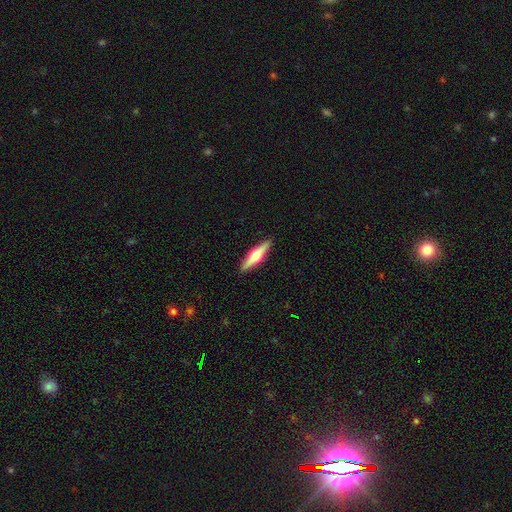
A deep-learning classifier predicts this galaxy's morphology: A featured or disk galaxy (58%) viewed edge-on (96%) with a rounded central bulge (93%).

Vote fractions:
- Smooth or featured? featured or disk: 58% / smooth: 37% / star or artifact: 5%
- Edge-on disk? yes: 96% / no: 4%
- Edge-on bulge? rounded: 93% / boxy: 4% / none: 3%
- Merging? none: 91% / minor disturbance: 7% / major disturbance: 1% / merger: 1%